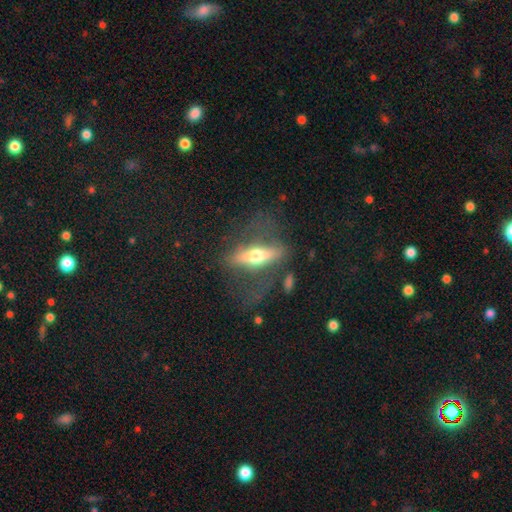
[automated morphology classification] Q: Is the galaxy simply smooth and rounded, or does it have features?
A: featured or disk — 63%.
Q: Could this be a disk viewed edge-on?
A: yes — 65%.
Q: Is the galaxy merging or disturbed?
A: none — 56%.